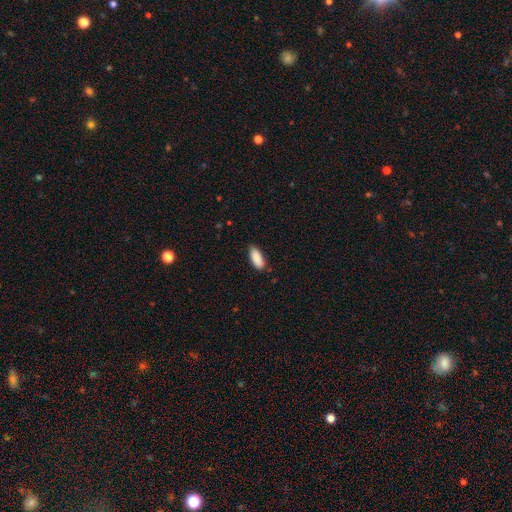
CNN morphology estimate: This is clearly a smooth galaxy (90%). How rounded: clearly in between (83%). Merging: clearly none (82%).